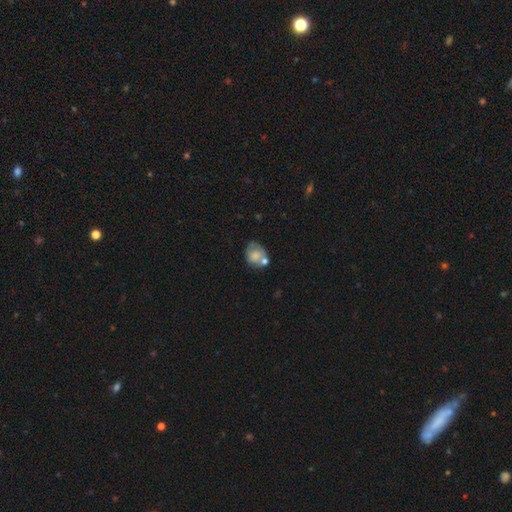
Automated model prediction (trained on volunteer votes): Smooth or featured? smooth (67%)
How rounded? in between (51%)
Merging? none (39%)